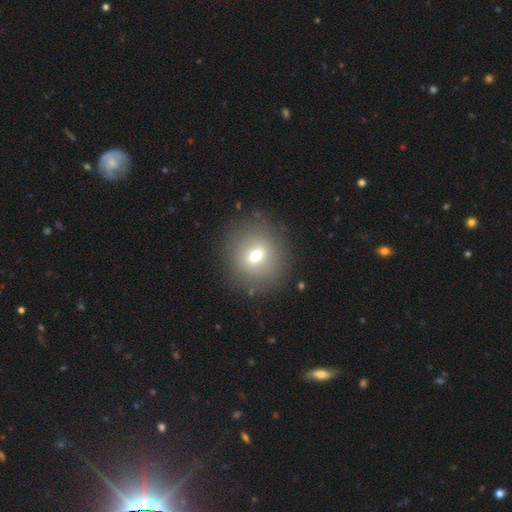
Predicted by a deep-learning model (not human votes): This is likely a smooth galaxy (64%). How rounded: clearly round (84%). Merging: clearly none (86%).